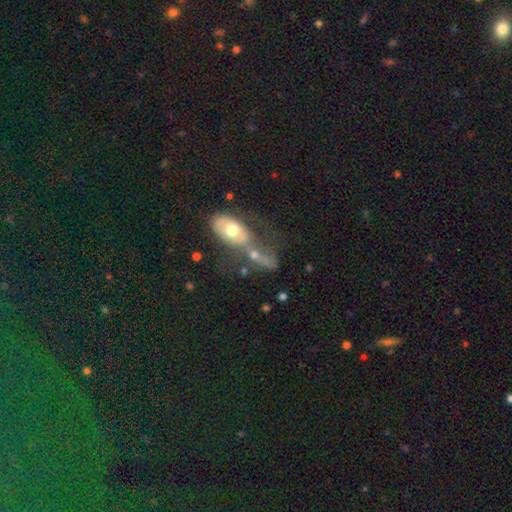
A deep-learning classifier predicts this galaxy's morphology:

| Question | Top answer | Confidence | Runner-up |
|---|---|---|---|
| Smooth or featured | smooth | 48% | featured or disk (42%) |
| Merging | merger | 51% | major disturbance (21%) |